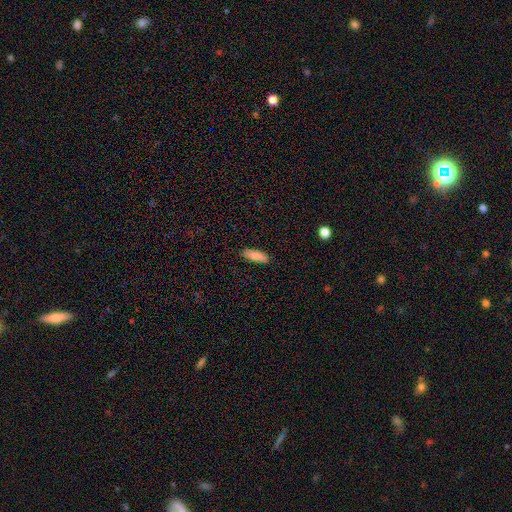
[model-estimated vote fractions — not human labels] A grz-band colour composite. It shows a smooth galaxy with no disk features (85%) that is in between round and cigar-shaped (61%). Merging: none (88%).